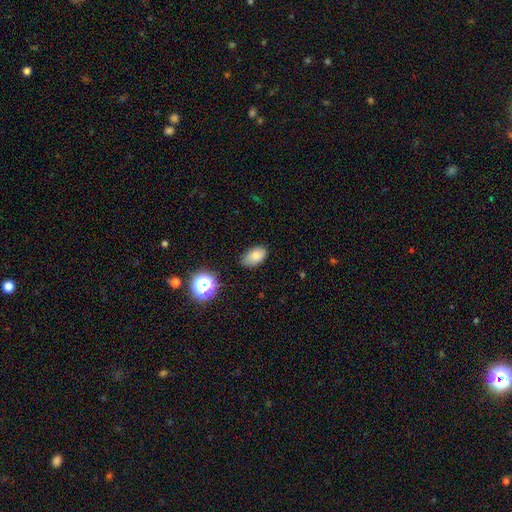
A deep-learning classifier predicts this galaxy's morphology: This appears to be a smooth galaxy with no disk features (80%) that is in between round and cigar-shaped (90%). Merging: none (71%).